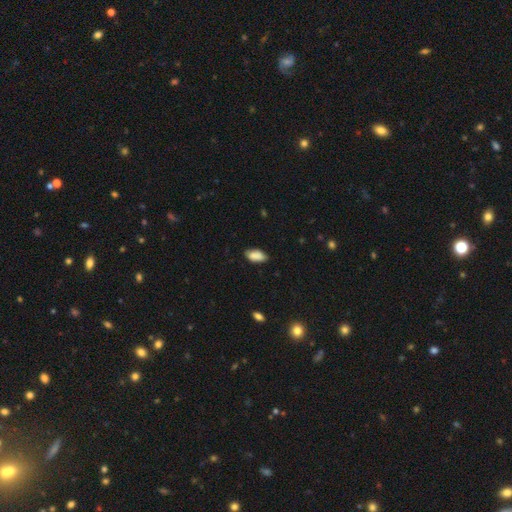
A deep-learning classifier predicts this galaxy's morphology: This appears to be a smooth galaxy with no disk features (87%) that is in between round and cigar-shaped (93%). Merging: none (80%).